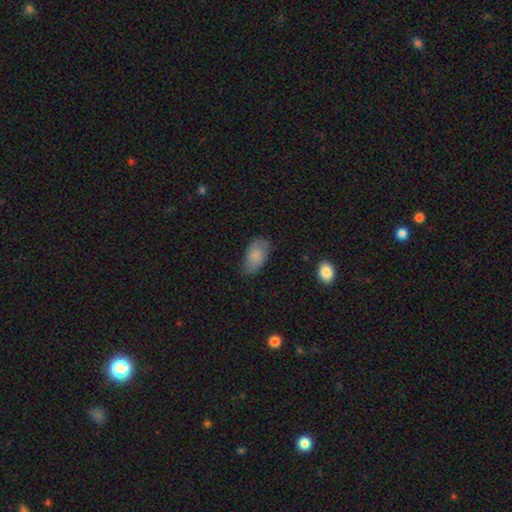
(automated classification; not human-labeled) The model was most divided on "merging": none: 68%, minor disturbance: 24%, major disturbance: 6%, merger: 2%. More confident: how rounded — in between (94%); smooth or featured — smooth (81%).